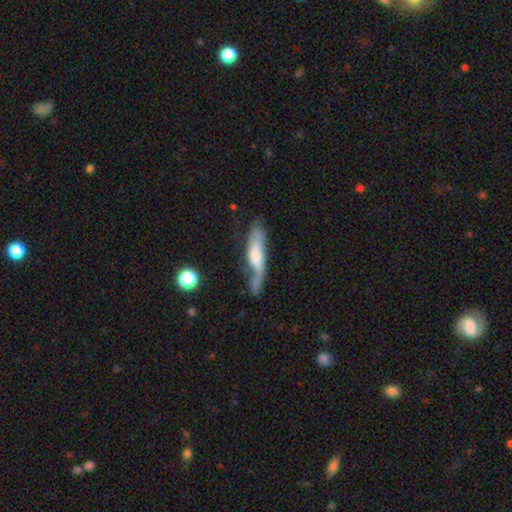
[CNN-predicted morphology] type=featured or disk (55%); edge-on=no (50%, tied with yes); merging=none (41%).